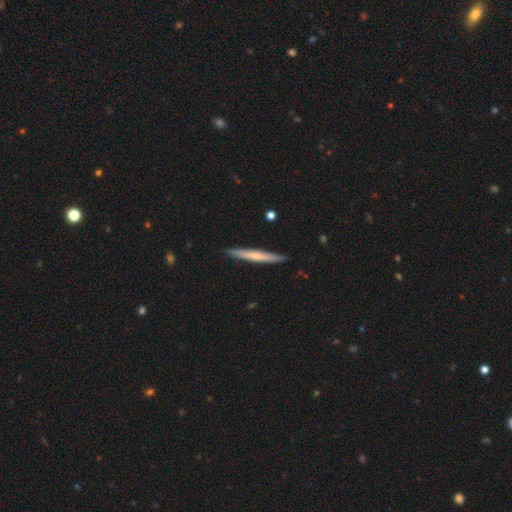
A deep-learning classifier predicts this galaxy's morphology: This is possibly a smooth galaxy (53%). How rounded: clearly cigar-shaped (96%). Merging: clearly none (91%).